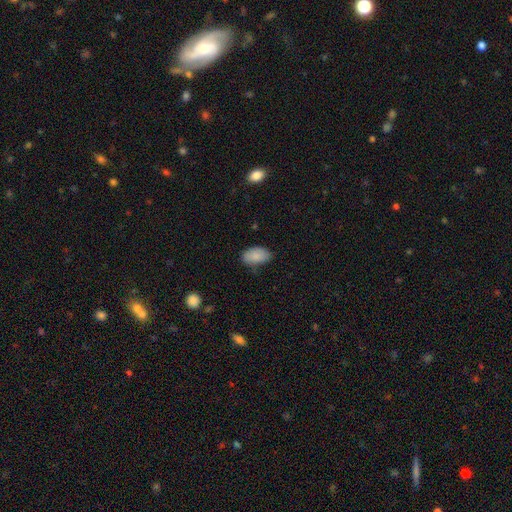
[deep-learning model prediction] Q: Smooth or featured?
A: smooth (87%); runner-up: star or artifact (7%)
Q: How rounded?
A: in between (94%); runner-up: round (5%)
Q: Merging?
A: none (75%); runner-up: minor disturbance (21%)